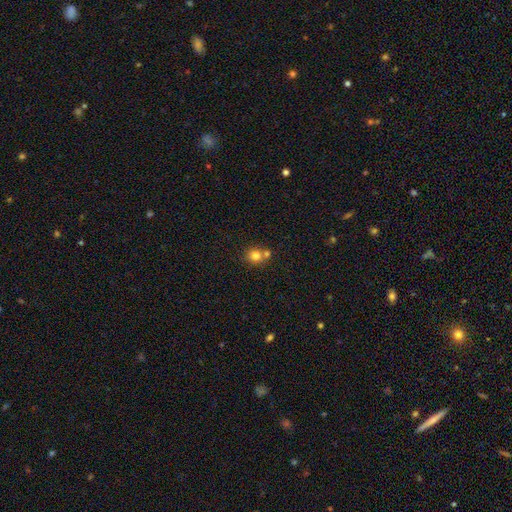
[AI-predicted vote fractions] Smooth or featured? Predicted: smooth (p=0.79). How rounded? Predicted: round (p=0.86). Merging? Predicted: none (p=0.55).